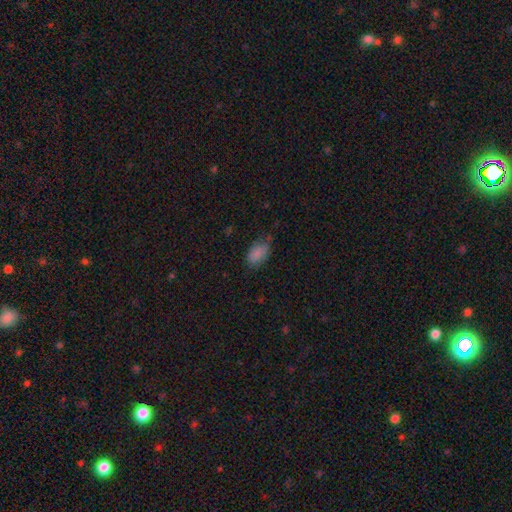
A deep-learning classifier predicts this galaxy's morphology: type=smooth (82%); roundness=in between (91%); merging=none (68%).